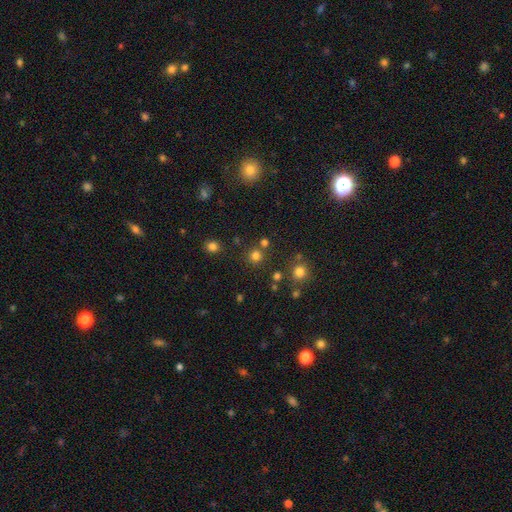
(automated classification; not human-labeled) Smooth or featured: smooth — 75% (star or artifact — 19%)
How rounded: round — 93% (in between — 6%)
Merging: none — 80% (merger — 10%)